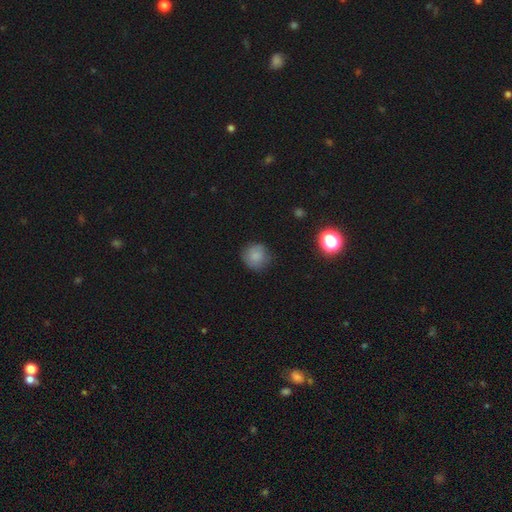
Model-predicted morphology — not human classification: smooth-or-featured: smooth: 79% | star or artifact: 11% | featured or disk: 10%
  how-rounded: round: 91% | in between: 8% | cigar-shaped: 1%
  merging: none: 77% | minor disturbance: 17% | major disturbance: 4% | merger: 1%